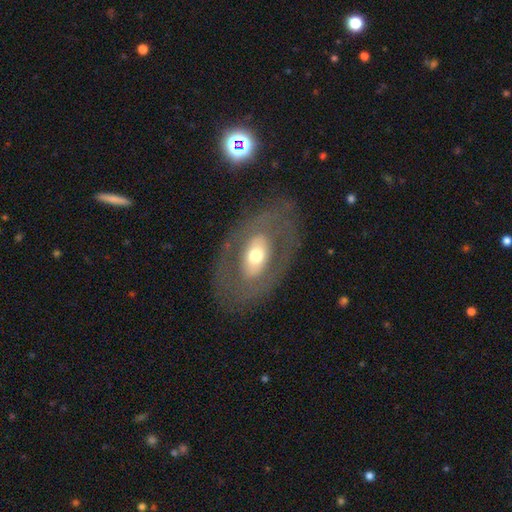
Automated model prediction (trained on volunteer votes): smooth-or-featured: featured or disk: 56% | smooth: 38% | star or artifact: 7%
  disk-edge-on: no: 90% | yes: 10%
  merging: none: 76% | minor disturbance: 12% | major disturbance: 10% | merger: 1%